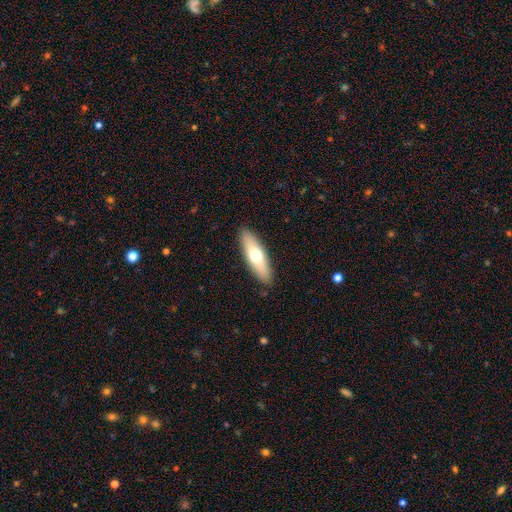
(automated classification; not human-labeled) smooth-or-featured: smooth: 60% | featured or disk: 34% | star or artifact: 6%
  how-rounded: cigar-shaped: 50% | in between: 48% | round: 2%
  merging: none: 89% | minor disturbance: 8% | major disturbance: 2% | merger: 1%